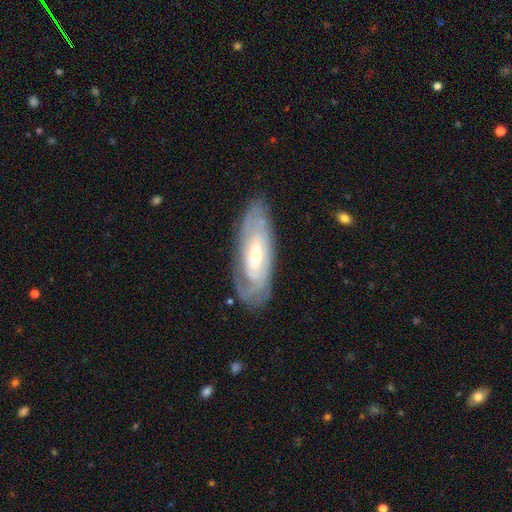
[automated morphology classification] Overall: featured or disk (76%). Edge-on disk: no (85%). Bar: weak (43%; no 41%). Spiral arms: yes (88%). Spiral arm count: can't tell (54%; 2 24%). Spiral winding: tight (67%). Bulge size: moderate (48%; small 42%). Merging: none (77%).